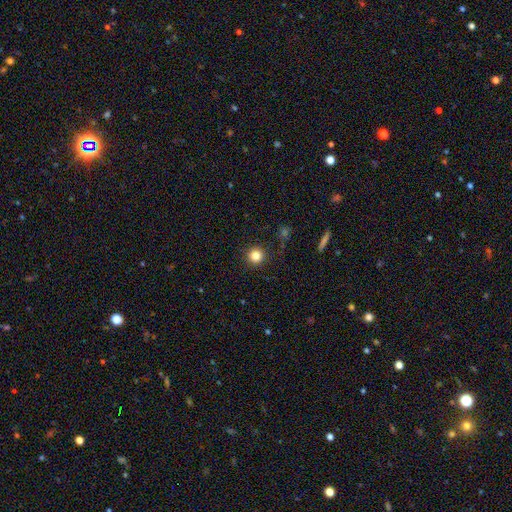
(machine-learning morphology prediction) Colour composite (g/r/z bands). It shows a smooth galaxy with no disk features (83%) that is round (95%). Merging: none (91%).